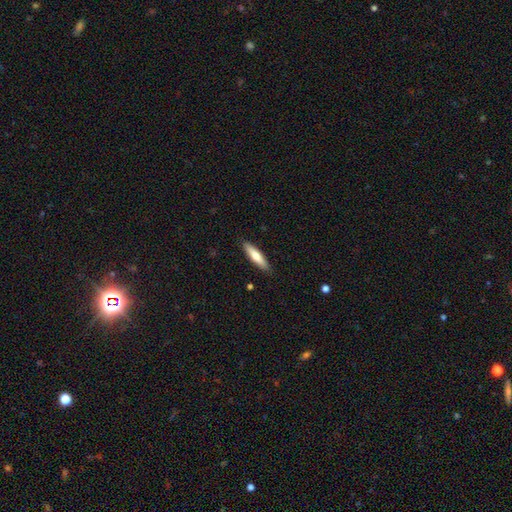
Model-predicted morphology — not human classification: type=smooth (68%); roundness=cigar-shaped (77%); merging=none (88%).